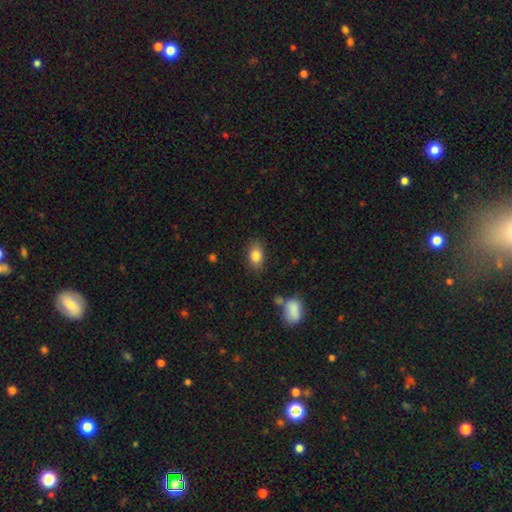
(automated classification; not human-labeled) The model was most divided on "merging": none: 82%, minor disturbance: 13%, major disturbance: 3%, merger: 2%. More confident: how rounded — in between (84%); smooth or featured — smooth (83%).